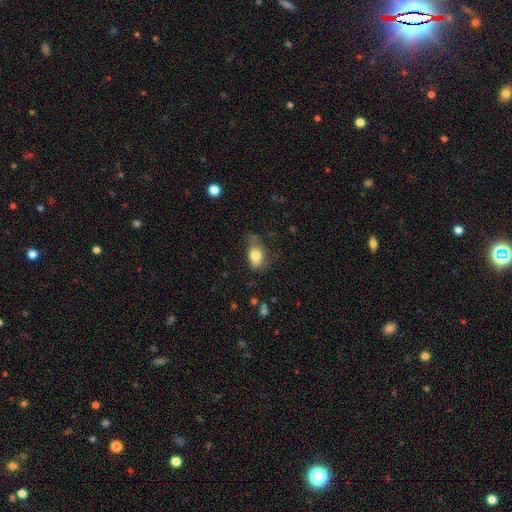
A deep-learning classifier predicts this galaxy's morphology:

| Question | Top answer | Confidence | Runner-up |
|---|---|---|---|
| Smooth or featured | smooth | 80% | featured or disk (11%) |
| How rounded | in between | 80% | round (19%) |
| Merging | none | 52% | minor disturbance (34%) |